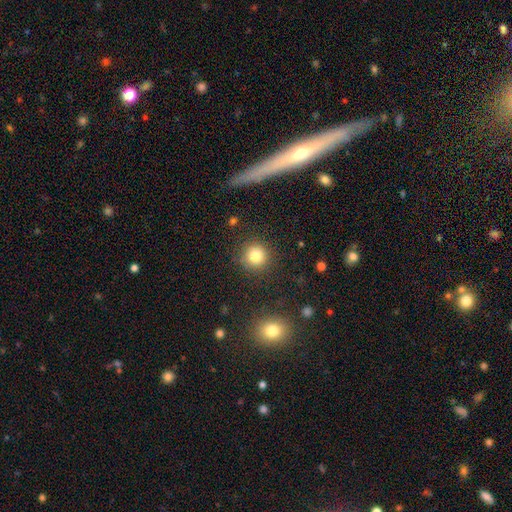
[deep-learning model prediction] Smooth or featured: smooth — 82% (star or artifact — 12%)
How rounded: round — 93% (in between — 6%)
Merging: none — 88% (minor disturbance — 7%)